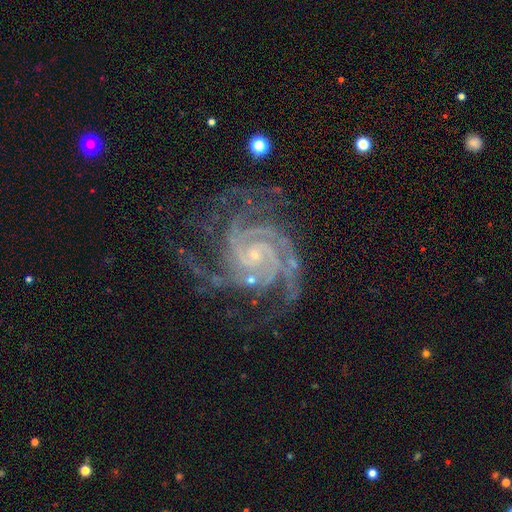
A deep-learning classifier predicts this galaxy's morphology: Overall: featured or disk (92%). Edge-on disk: no (98%). Bar: no (60%; weak 29%). Spiral arms: yes (99%). Spiral arm count: 3 (28%; 4 22%). Spiral winding: tight (69%). Bulge size: small (81%). Merging: none (67%).